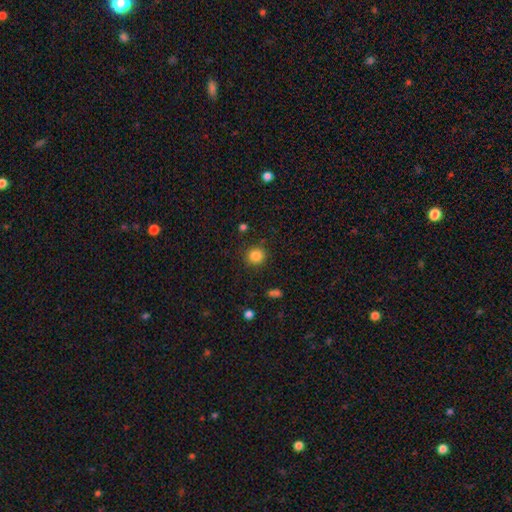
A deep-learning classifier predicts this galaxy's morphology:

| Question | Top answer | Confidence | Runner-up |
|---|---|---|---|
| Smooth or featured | smooth | 84% | star or artifact (11%) |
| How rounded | round | 89% | in between (10%) |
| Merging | none | 87% | minor disturbance (8%) |